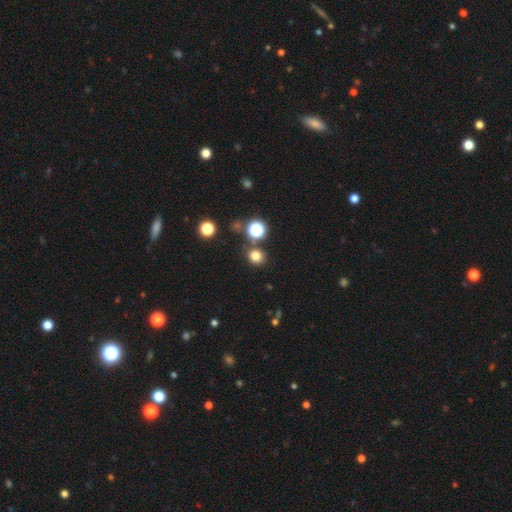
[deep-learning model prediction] Smooth or featured?
  - smooth: 77% *
  - star or artifact: 18%
  - featured or disk: 5%
How rounded?
  - round: 82% *
  - in between: 17%
  - cigar-shaped: 1%
Merging?
  - none: 80% *
  - minor disturbance: 9%
  - merger: 8%
  - major disturbance: 3%